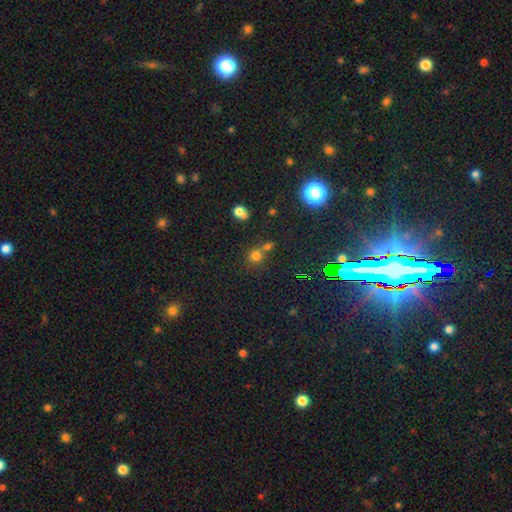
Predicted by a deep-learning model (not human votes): Smooth or featured? smooth (69%)
How rounded? round (87%)
Merging? none (56%)